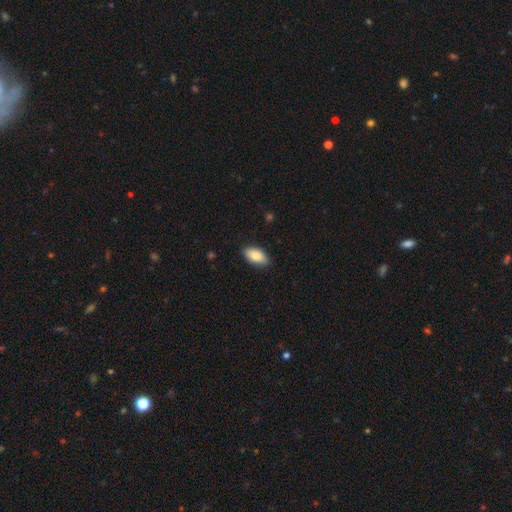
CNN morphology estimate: smooth-or-featured: smooth: 85% | featured or disk: 9% | star or artifact: 6%
  how-rounded: in between: 93% | cigar-shaped: 4% | round: 3%
  merging: none: 88% | minor disturbance: 9% | major disturbance: 2% | merger: 1%